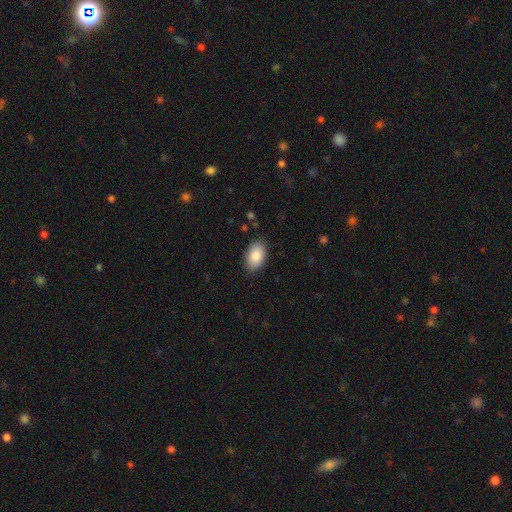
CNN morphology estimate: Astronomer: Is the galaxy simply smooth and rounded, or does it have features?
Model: smooth — 88%.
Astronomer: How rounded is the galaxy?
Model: in between — 93%.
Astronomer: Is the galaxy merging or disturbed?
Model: none — 87%.